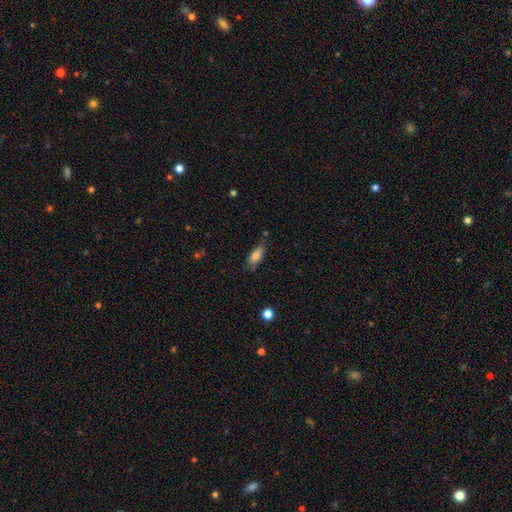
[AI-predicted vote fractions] The model was most divided on "merging": none: 65%, minor disturbance: 25%, major disturbance: 5%, merger: 4%. More confident: how rounded — in between (79%); smooth or featured — smooth (77%).